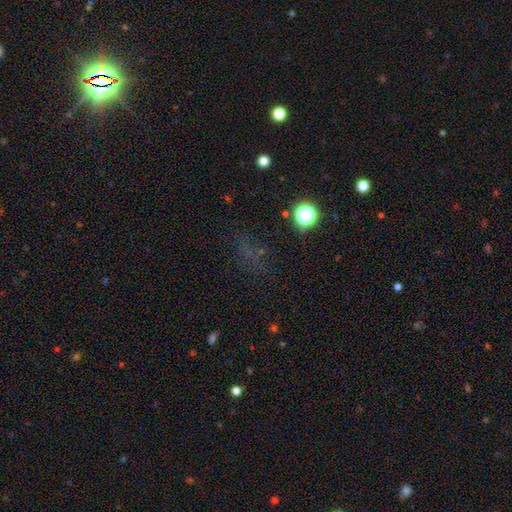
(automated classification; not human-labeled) Smooth or featured? Predicted: star or artifact (p=0.52).